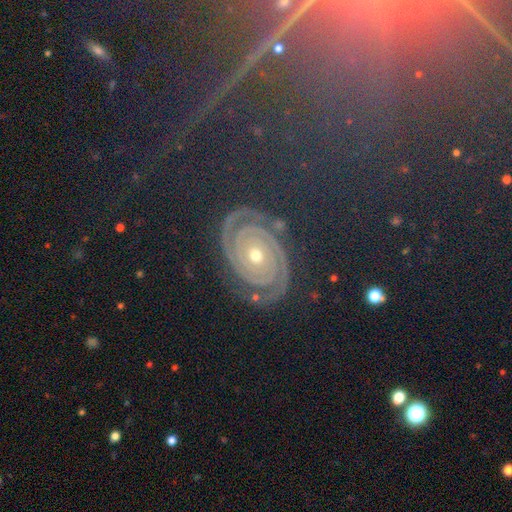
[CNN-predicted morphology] A featured or disk galaxy (72%) with no bar (82%), 2 (83%) tight (87%) spiral arms (97%) and a moderate central bulge (50%).

Vote fractions:
- Smooth or featured? featured or disk: 72% / star or artifact: 20% / smooth: 8%
- Edge-on disk? no: 97% / yes: 3%
- Bar? no: 82% / weak: 11% / strong: 7%
- Spiral arms? yes: 97% / no: 3%
- Spiral winding? tight: 87% / medium: 10% / loose: 4%
- Spiral arm count? 2: 83% / can't tell: 4% / 3: 4% / 4: 3% / 1: 3% / more than 4: 3%
- Bulge size? moderate: 50% / small: 45% / large: 2% / dominant: 1% / none: 1%
- Merging? none: 85% / minor disturbance: 10% / major disturbance: 3% / merger: 2%